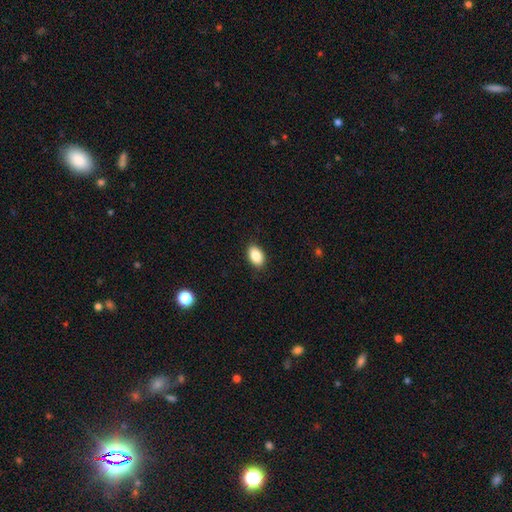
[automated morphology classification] This appears to be a smooth galaxy with no disk features (87%) that is in between round and cigar-shaped (90%). Merging: none (89%).